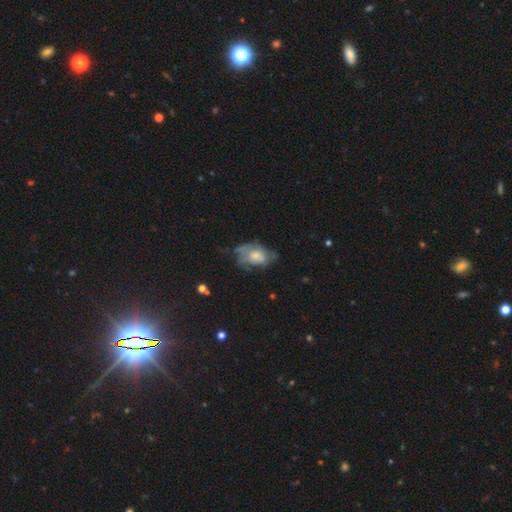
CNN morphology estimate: A smooth galaxy with no disk features (47%). Merging: none (35%).